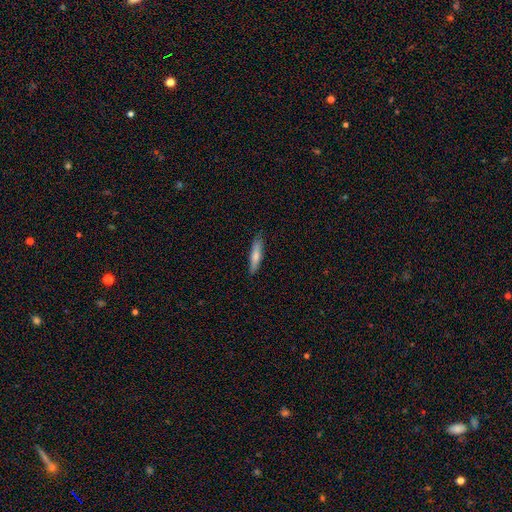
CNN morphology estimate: A smooth galaxy with no disk features (73%) that is cigar-shaped (83%).

Vote fractions:
- Smooth or featured? smooth: 73% / featured or disk: 22% / star or artifact: 6%
- How rounded? cigar-shaped: 83% / in between: 16% / round: 1%
- Merging? none: 84% / minor disturbance: 13% / major disturbance: 2% / merger: 1%